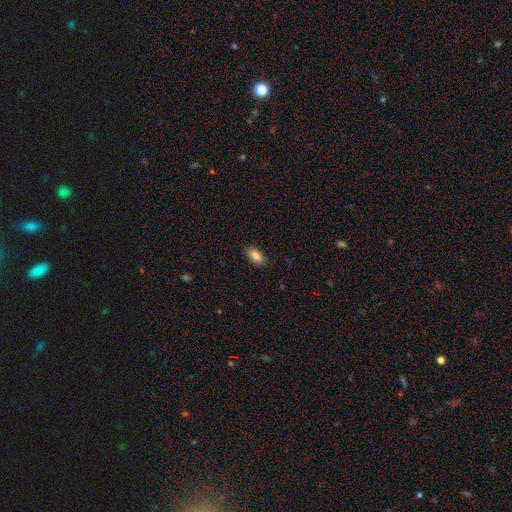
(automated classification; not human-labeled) Overall: smooth (84%). How rounded: in between (88%). Merging: none (87%).